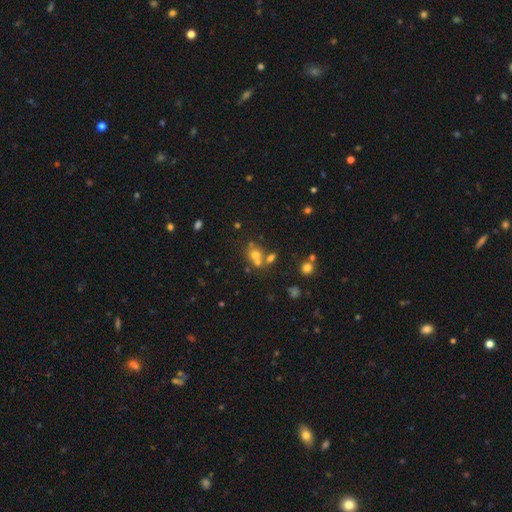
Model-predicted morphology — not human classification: Q: Smooth or featured?
A: smooth (56%); runner-up: star or artifact (26%)
Q: How rounded?
A: round (69%); runner-up: in between (30%)
Q: Merging?
A: none (44%); runner-up: merger (42%)